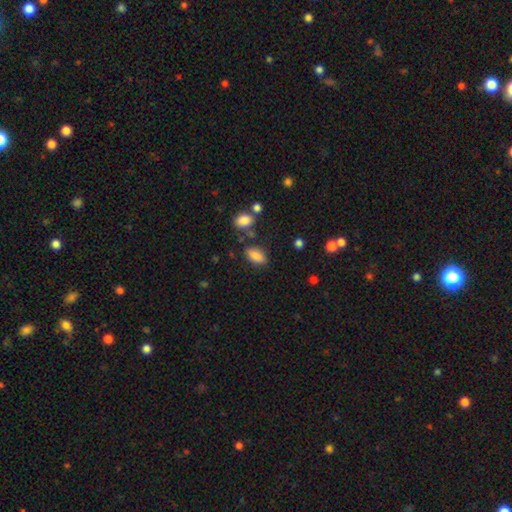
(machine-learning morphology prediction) A smooth galaxy with no disk features (84%) that is in between round and cigar-shaped (90%). Merging: none (79%).